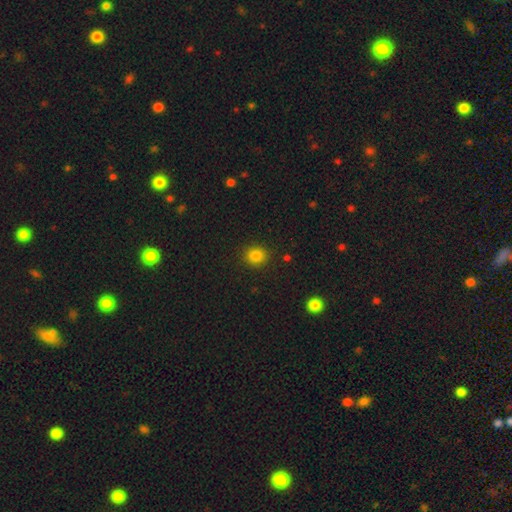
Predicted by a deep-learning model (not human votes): A smooth galaxy with no disk features (83%) that is round (82%). Merging: none (90%).